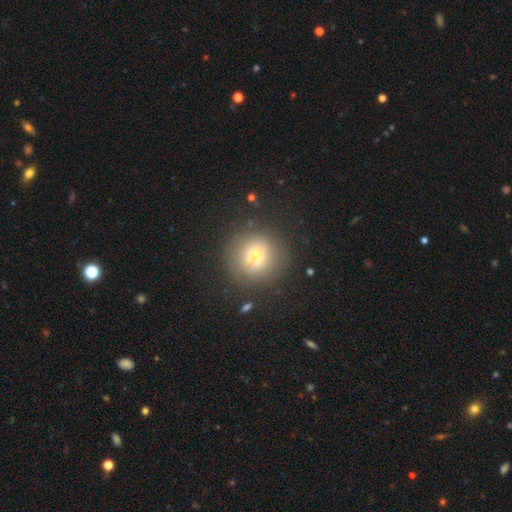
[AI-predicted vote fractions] smooth 53%, featured or disk 31%, star or artifact 16%. Down the decision tree: how rounded — round (89%); merging — none (72%).